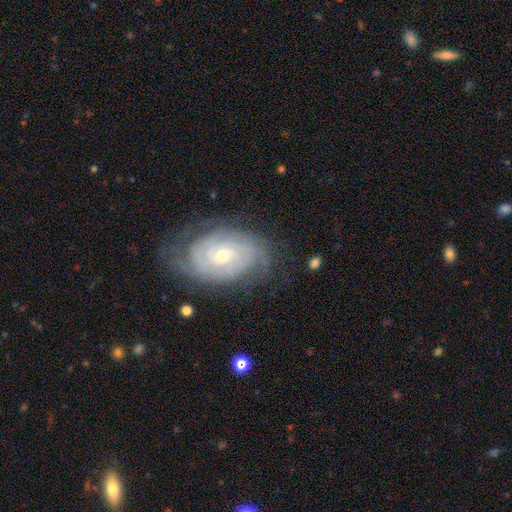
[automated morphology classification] Overall: featured or disk (80%). Edge-on disk: no (95%). Bar: no (71%). Spiral arms: yes (93%). Spiral arm count: can't tell (35%; 2 31%). Spiral winding: tight (73%). Bulge size: moderate (48%, tied with small). Merging: none (76%).